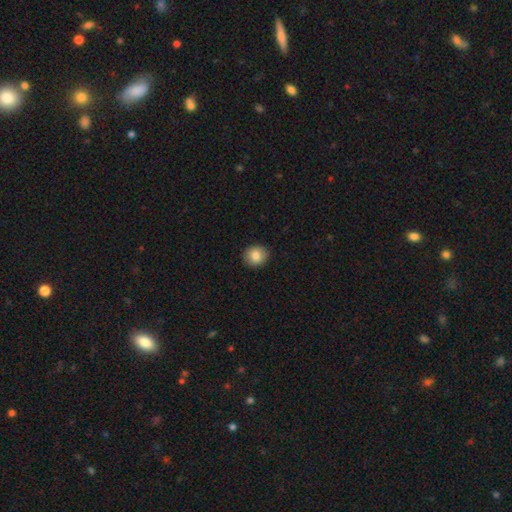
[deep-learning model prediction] This is clearly a smooth galaxy (83%). How rounded: clearly round (81%). Merging: clearly none (91%).